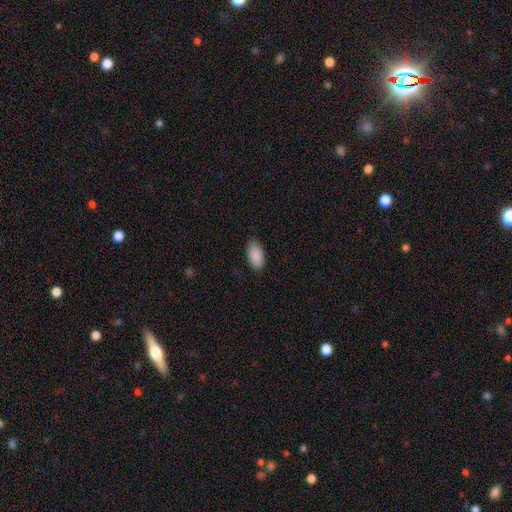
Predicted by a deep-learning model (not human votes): smooth-or-featured: smooth: 91% | star or artifact: 6% | featured or disk: 3%
  how-rounded: in between: 94% | cigar-shaped: 3% | round: 2%
  merging: none: 85% | minor disturbance: 12% | major disturbance: 2% | merger: 1%